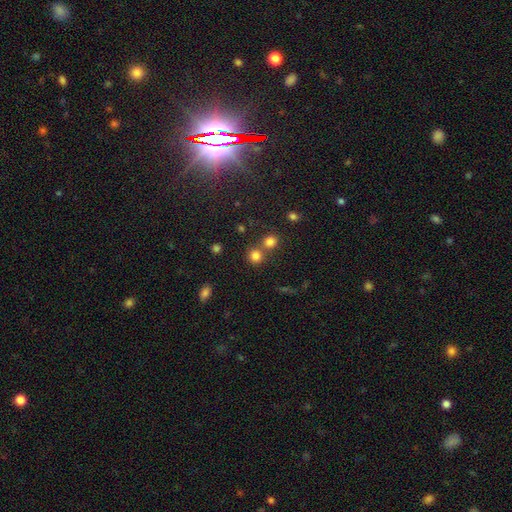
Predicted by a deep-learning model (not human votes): Q: Smooth or featured?
A: smooth (79%); runner-up: star or artifact (15%)
Q: How rounded?
A: round (88%); runner-up: in between (11%)
Q: Merging?
A: none (62%); runner-up: merger (29%)